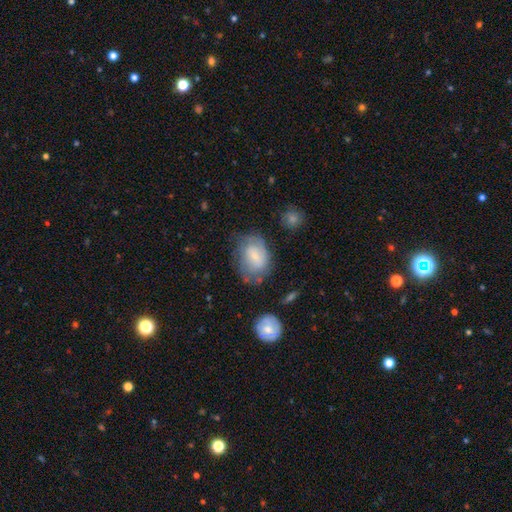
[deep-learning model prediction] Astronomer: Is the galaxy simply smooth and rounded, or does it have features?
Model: smooth — 52% (runner-up: featured or disk, 41%).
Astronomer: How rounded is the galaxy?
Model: in between — 75%.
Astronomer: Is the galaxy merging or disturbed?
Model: none — 53%.